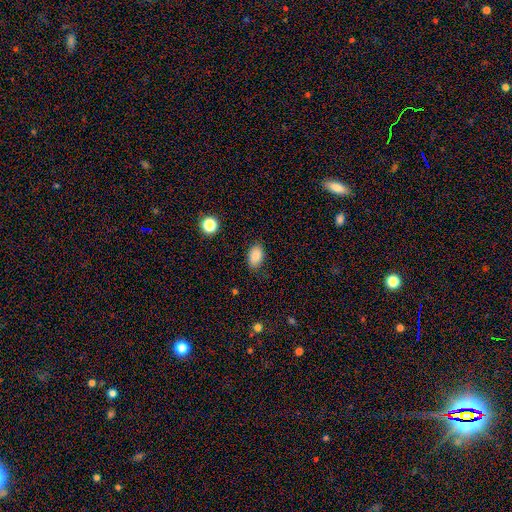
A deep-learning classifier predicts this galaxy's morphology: A smooth galaxy with no disk features (86%) that is in between round and cigar-shaped (89%).

Vote fractions:
- Smooth or featured? smooth: 86% / star or artifact: 8% / featured or disk: 5%
- How rounded? in between: 89% / round: 9% / cigar-shaped: 1%
- Merging? none: 81% / minor disturbance: 14% / major disturbance: 3% / merger: 1%